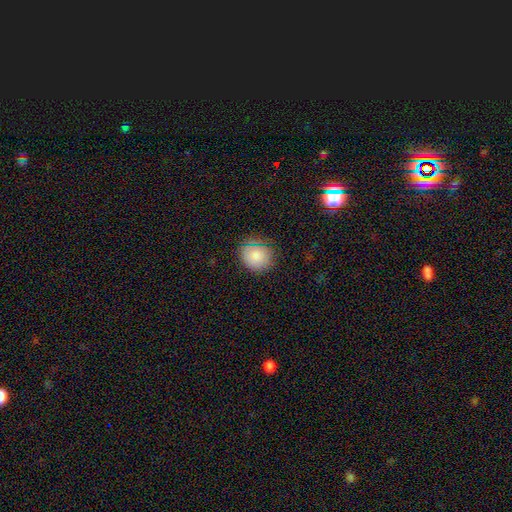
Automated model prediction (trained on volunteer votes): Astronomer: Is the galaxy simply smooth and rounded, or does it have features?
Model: smooth — 83%.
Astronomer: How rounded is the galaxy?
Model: round — 85%.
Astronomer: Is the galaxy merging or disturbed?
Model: none — 82%.